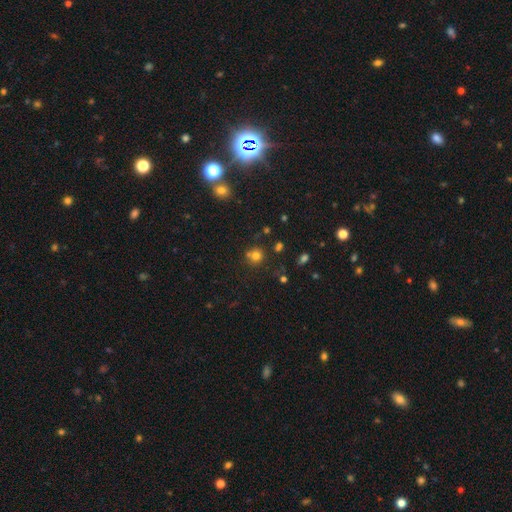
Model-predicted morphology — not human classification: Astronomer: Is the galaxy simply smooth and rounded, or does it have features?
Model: smooth — 72%.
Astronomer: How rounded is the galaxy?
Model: round — 89%.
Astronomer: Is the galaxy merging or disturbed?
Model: none — 66%.